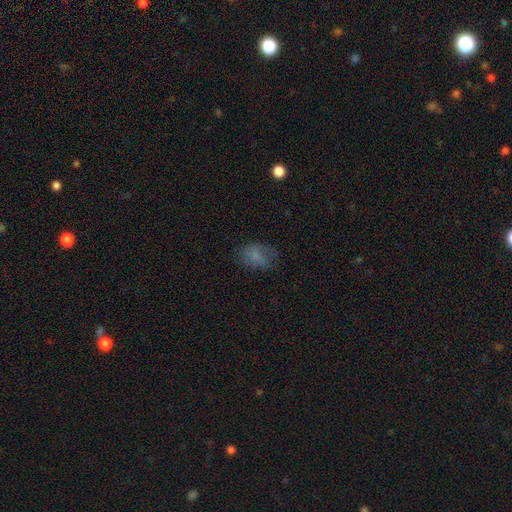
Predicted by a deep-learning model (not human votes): Smooth or featured: smooth — 71% (featured or disk — 16%)
How rounded: in between — 78% (round — 21%)
Merging: none — 61% (minor disturbance — 24%)